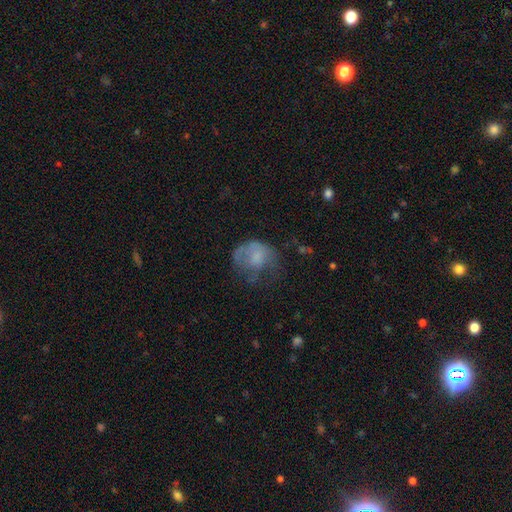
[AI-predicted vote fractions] Smooth or featured? smooth (56%)
How rounded? round (58%)
Merging? major disturbance (44%)